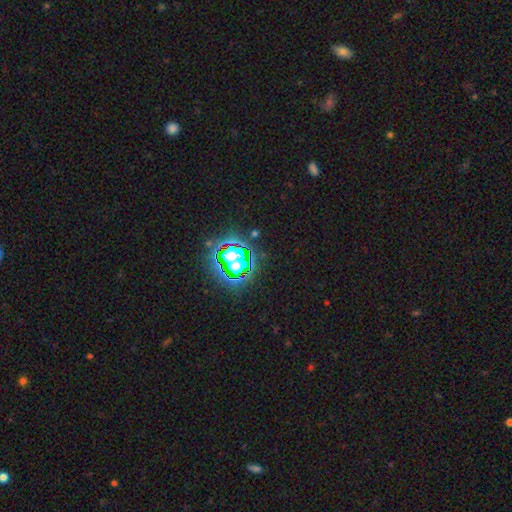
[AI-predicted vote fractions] This appears to be a star or artifact, not a galaxy (80%).